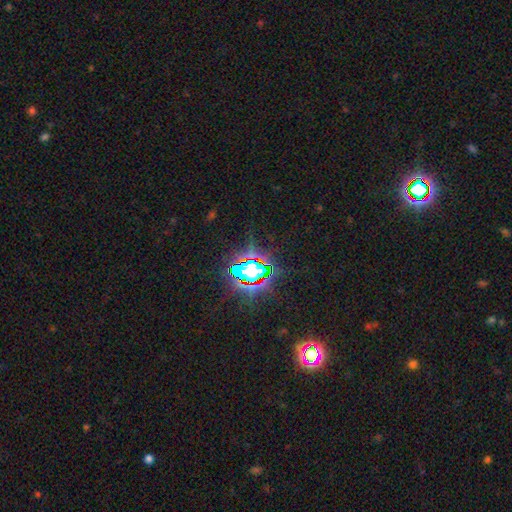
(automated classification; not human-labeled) A star or artifact, not a galaxy (82%).

Vote fractions:
- Smooth or featured? star or artifact: 82% / smooth: 10% / featured or disk: 8%